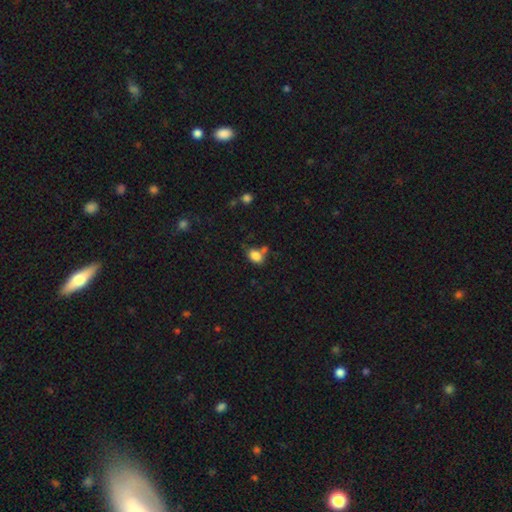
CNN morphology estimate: This appears to be a smooth galaxy with no disk features (84%) that is in between round and cigar-shaped (79%). Merging: none (55%).